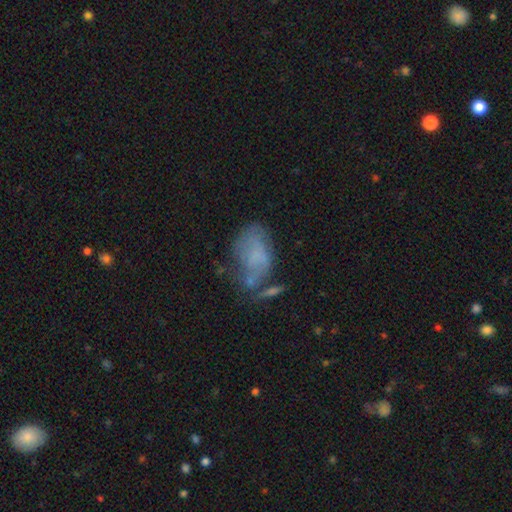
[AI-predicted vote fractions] A smooth galaxy with no disk features (51%) that is in between round and cigar-shaped (89%). Merging: none (34%).